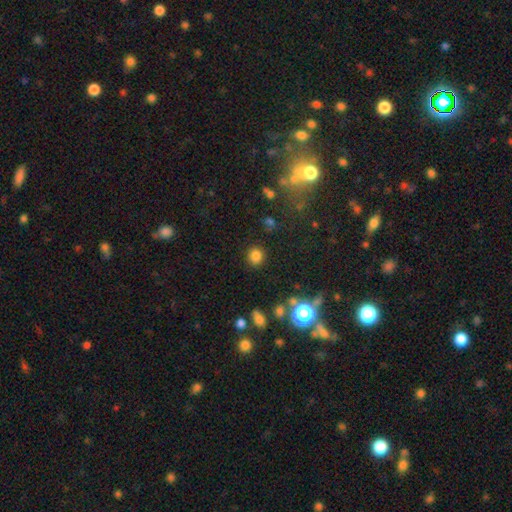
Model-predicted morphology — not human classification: type=smooth (81%); roundness=round (81%); merging=none (86%).